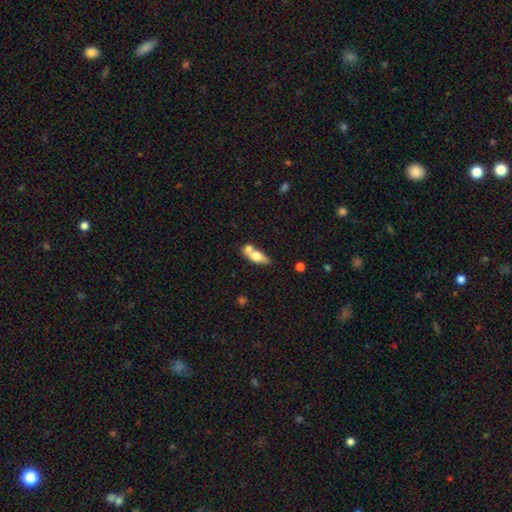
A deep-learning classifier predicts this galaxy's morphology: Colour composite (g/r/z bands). It shows a smooth galaxy with no disk features (59%) that is in between round and cigar-shaped (67%). Merging: merger (42%).